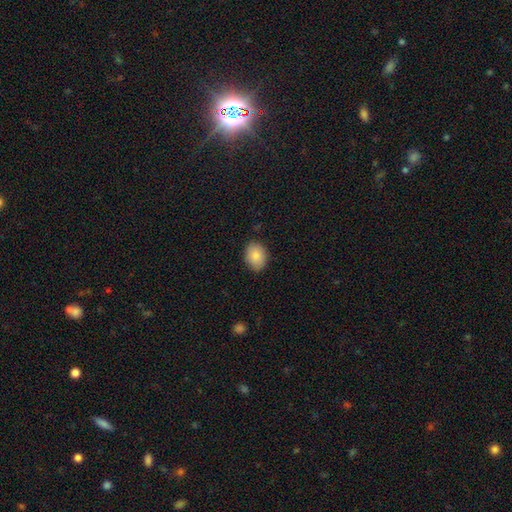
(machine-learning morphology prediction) This appears to be a smooth galaxy with no disk features (85%) that is in between round and cigar-shaped (69%). Merging: none (85%).